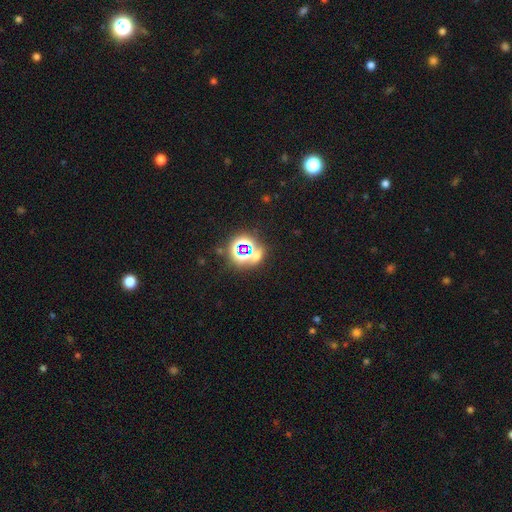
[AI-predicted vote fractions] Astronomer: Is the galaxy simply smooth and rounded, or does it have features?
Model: star or artifact — 64%.